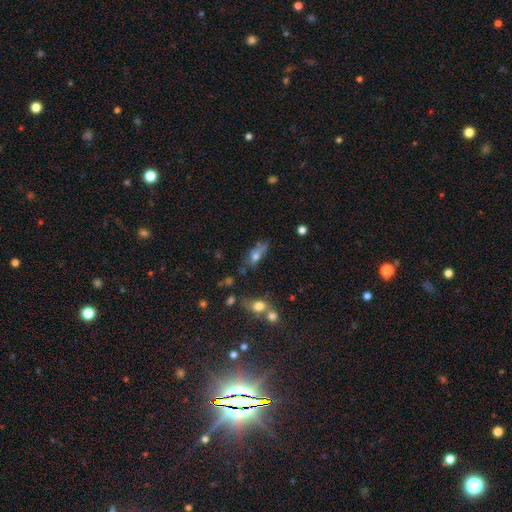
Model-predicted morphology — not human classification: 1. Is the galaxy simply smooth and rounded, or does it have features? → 59% smooth, 27% featured or disk, 14% star or artifact.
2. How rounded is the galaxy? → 62% in between, 28% cigar-shaped, 10% round.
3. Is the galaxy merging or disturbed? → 45% none, 26% minor disturbance, 16% major disturbance, 13% merger.